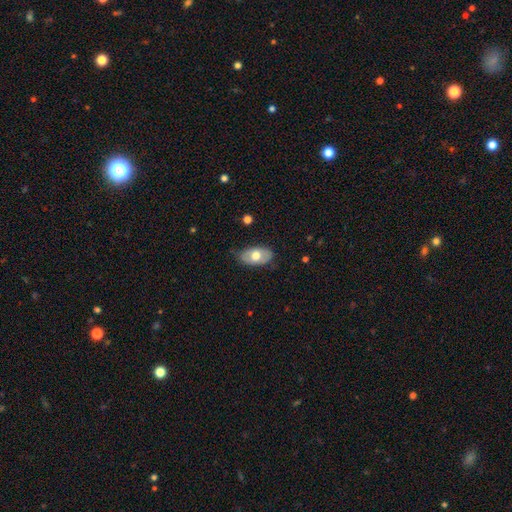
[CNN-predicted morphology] Smooth or featured?
  - smooth: 59% *
  - featured or disk: 35%
  - star or artifact: 6%
How rounded?
  - in between: 92% *
  - round: 7%
  - cigar-shaped: 2%
Merging?
  - none: 75% *
  - minor disturbance: 20%
  - major disturbance: 4%
  - merger: 1%